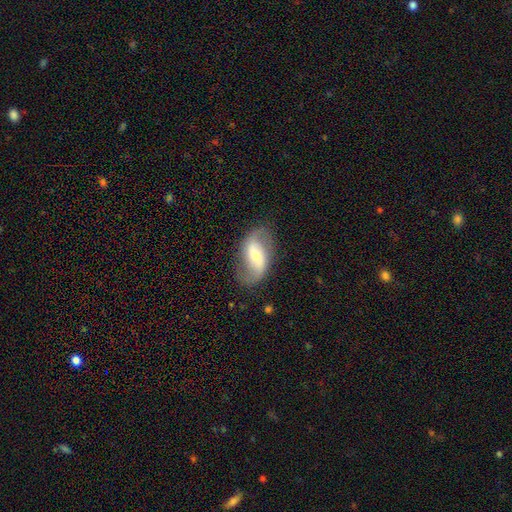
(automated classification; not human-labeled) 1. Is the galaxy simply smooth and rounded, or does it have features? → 78% featured or disk, 16% smooth, 6% star or artifact.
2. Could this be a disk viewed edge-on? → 96% no, 4% yes.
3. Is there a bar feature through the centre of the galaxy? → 39% weak, 36% strong, 25% no.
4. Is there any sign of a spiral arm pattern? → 89% yes, 11% no.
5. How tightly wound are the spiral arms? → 66% loose, 26% medium, 8% tight.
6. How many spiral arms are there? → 91% 2, 4% can't tell, 3% 1, 1% 3, 1% 4, 1% more than 4.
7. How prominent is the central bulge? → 48% small, 44% moderate, 5% large, 2% none, 1% dominant.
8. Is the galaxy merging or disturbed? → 79% none, 14% minor disturbance, 6% major disturbance, 1% merger.